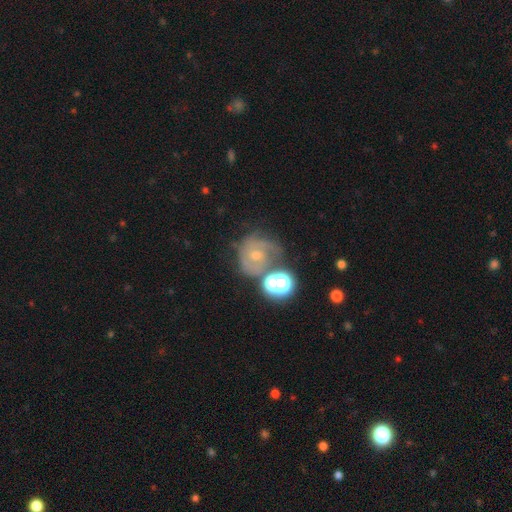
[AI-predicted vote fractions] Overall: featured or disk (66%). Edge-on disk: no (97%). Bar: no (65%; weak 29%). Spiral arms: yes (89%). Spiral arm count: 2 (42%; can't tell 24%). Spiral winding: tight (44%; medium 41%). Bulge size: small (47%; moderate 45%). Merging: none (45%; minor disturbance 21%).